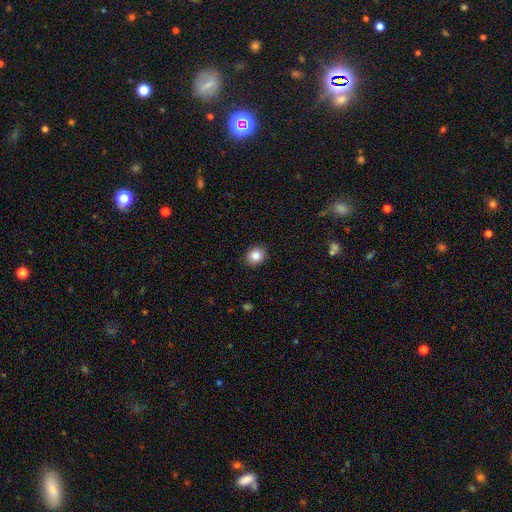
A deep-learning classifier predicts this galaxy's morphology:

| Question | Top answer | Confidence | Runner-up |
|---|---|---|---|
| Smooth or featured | smooth | 85% | star or artifact (9%) |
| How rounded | round | 71% | in between (28%) |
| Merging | none | 91% | minor disturbance (6%) |